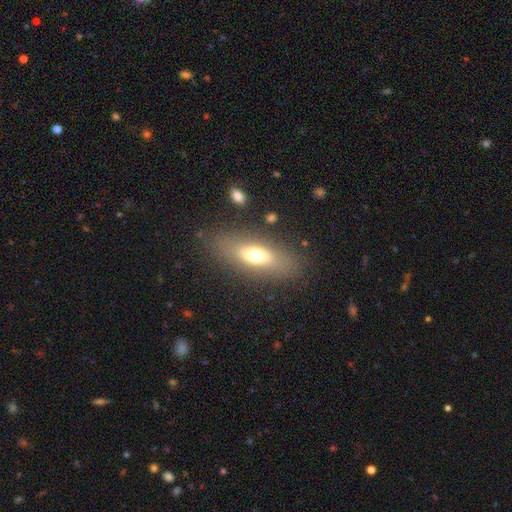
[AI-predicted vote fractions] smooth-or-featured: smooth: 60% | featured or disk: 31% | star or artifact: 9%
  how-rounded: in between: 67% | cigar-shaped: 28% | round: 5%
  merging: none: 81% | minor disturbance: 11% | major disturbance: 6% | merger: 2%